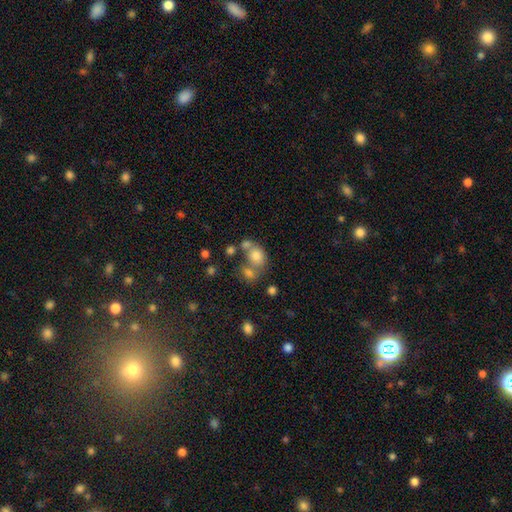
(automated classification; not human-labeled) Morphology: type=smooth (73%); roundness=round (55%); merging=merger (46%).